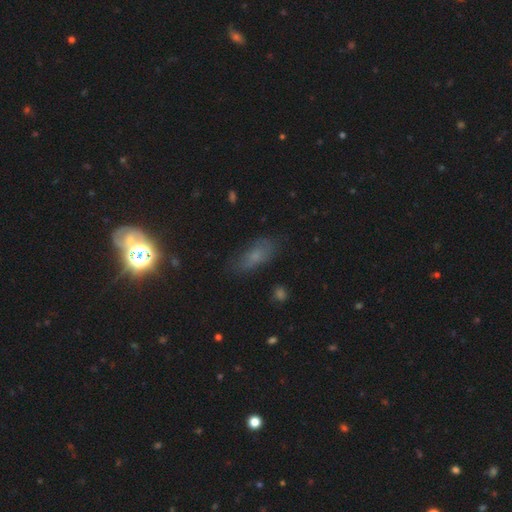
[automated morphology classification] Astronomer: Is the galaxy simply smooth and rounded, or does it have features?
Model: smooth — 54%.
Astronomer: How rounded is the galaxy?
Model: in between — 75%.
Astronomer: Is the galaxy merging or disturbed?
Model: none — 66%.